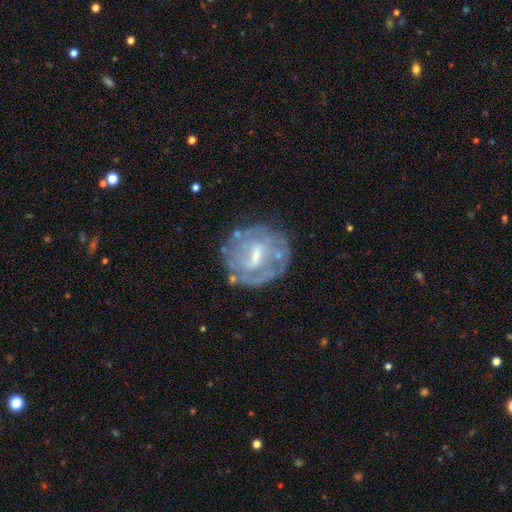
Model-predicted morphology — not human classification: type=featured or disk (75%); edge-on=no (97%); bar=weak (55%); spiral arms=yes (70%); winding=tight (56%); arm count=can't tell (47%); bulge=small (43%); merging=none (69%).